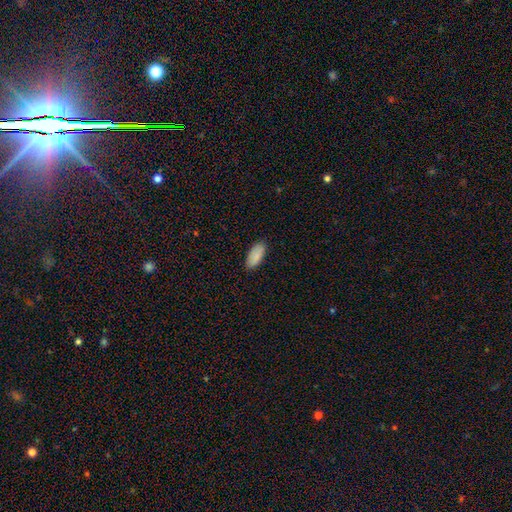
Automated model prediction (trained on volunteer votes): Smooth or featured? smooth (88%)
How rounded? in between (89%)
Merging? none (86%)